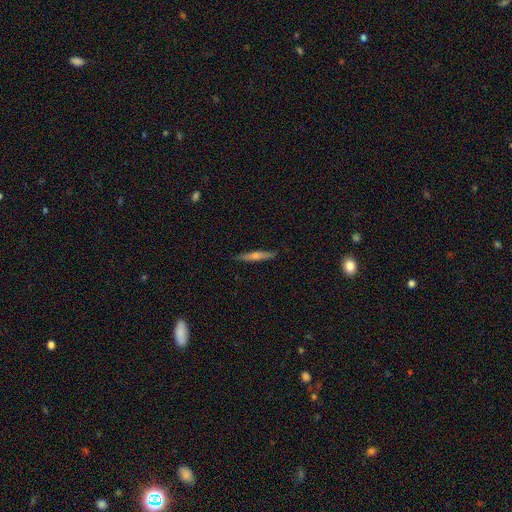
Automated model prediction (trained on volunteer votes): Smooth or featured? Predicted: featured or disk (p=0.63). Edge-on disk? Predicted: yes (p=0.97). Edge-on bulge? Predicted: rounded (p=0.81). Merging? Predicted: none (p=0.90).